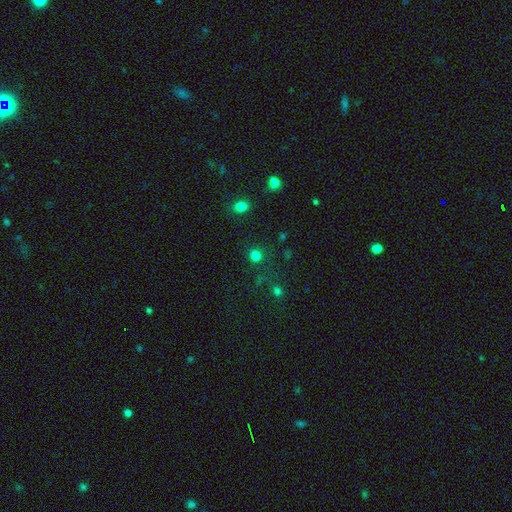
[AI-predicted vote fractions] Q: Smooth or featured?
A: smooth (78%); runner-up: star or artifact (17%)
Q: How rounded?
A: round (89%); runner-up: in between (10%)
Q: Merging?
A: none (83%); runner-up: minor disturbance (9%)